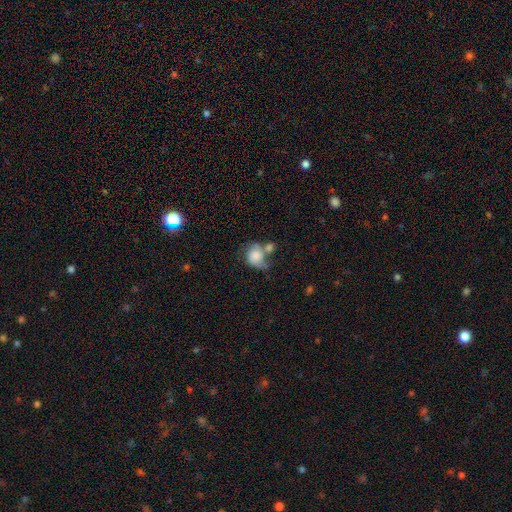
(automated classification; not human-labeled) smooth-or-featured: smooth: 68% | featured or disk: 23% | star or artifact: 9%
  how-rounded: round: 61% | in between: 38% | cigar-shaped: 1%
  merging: merger: 38% | none: 24% | minor disturbance: 19% | major disturbance: 18%